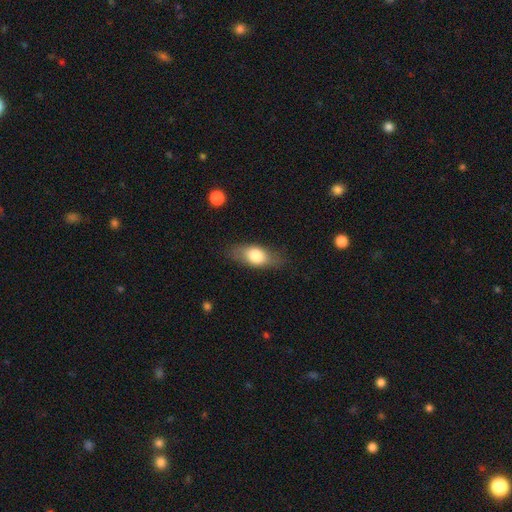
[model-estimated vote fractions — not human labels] smooth 72%, featured or disk 21%, star or artifact 7%. Down the decision tree: how rounded — in between (81%); merging — none (78%).